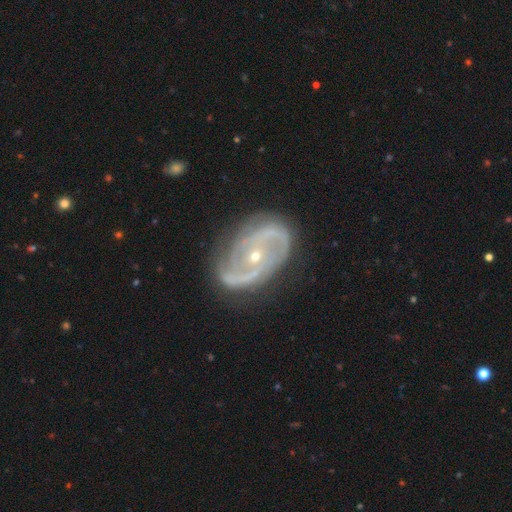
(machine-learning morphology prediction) Smooth or featured? featured or disk (88%)
Edge-on disk? no (96%)
Bar? no (58%)
Spiral arms? yes (92%)
Spiral winding? medium (45%)
Spiral arm count? 2 (77%)
Bulge size? small (69%)
Merging? none (71%)